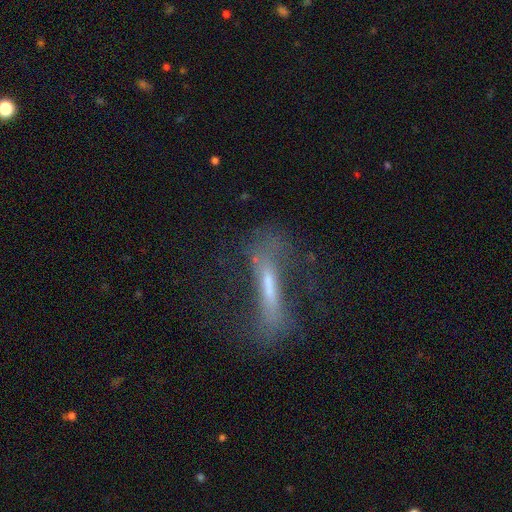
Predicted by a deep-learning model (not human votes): This is likely a featured or disk galaxy (67%). It is possibly not viewed edge-on (53%). Merging: likely none (60%).